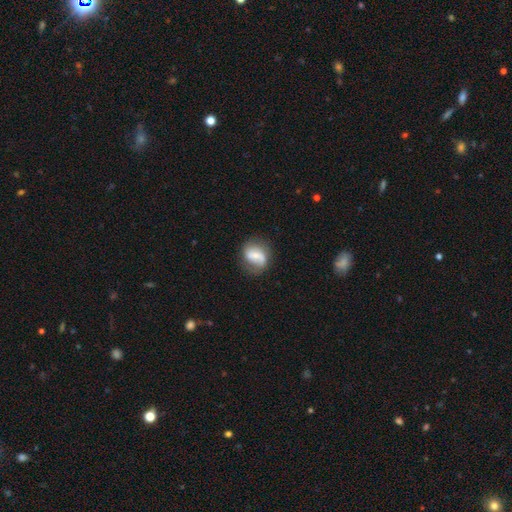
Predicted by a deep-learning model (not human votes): This is possibly a featured or disk galaxy (52%). It is clearly not viewed edge-on (97%). Bar: marginally weak (40%). Spiral arm pattern: likely yes (78%). Central bulge: possibly small (48%). Merging: likely none (61%).